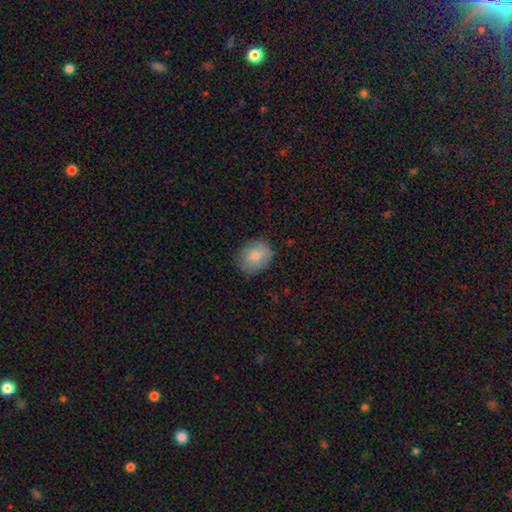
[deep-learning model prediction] The model was most divided on "how rounded": round: 52%, in between: 47%, cigar-shaped: 1%. More confident: smooth or featured — smooth (80%); merging — none (77%).